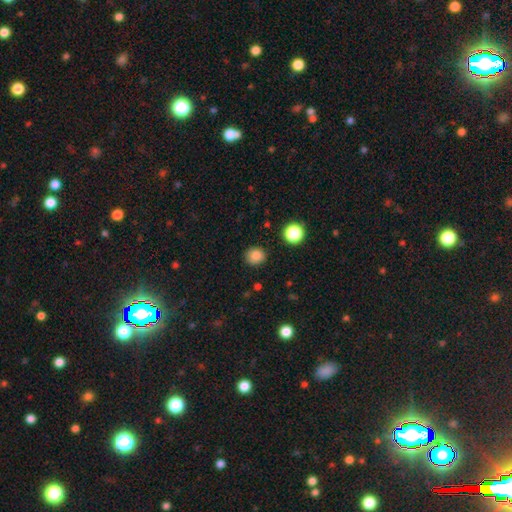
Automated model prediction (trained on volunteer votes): Smooth or featured?
  - smooth: 85% *
  - star or artifact: 12%
  - featured or disk: 4%
How rounded?
  - round: 87% *
  - in between: 12%
  - cigar-shaped: 1%
Merging?
  - none: 89% *
  - minor disturbance: 7%
  - major disturbance: 2%
  - merger: 2%